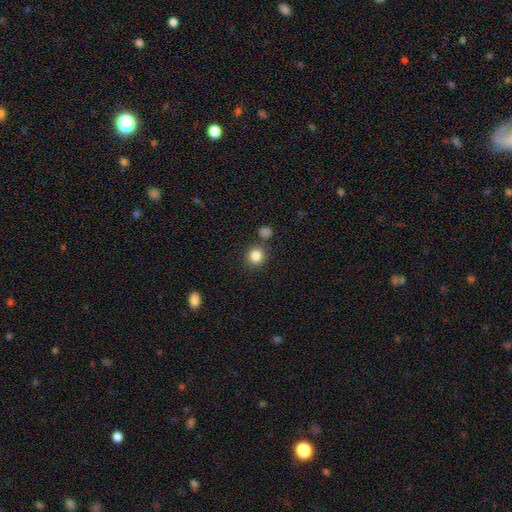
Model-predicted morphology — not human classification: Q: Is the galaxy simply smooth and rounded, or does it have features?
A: smooth — 85%.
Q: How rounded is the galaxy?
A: round — 87%.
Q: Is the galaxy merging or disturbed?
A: none — 81%.